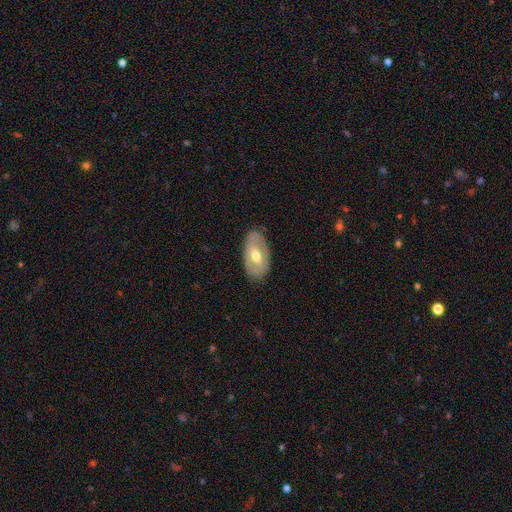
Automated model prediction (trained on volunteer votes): Morphology: type=featured or disk (56%); edge-on=no (87%); merging=none (82%).